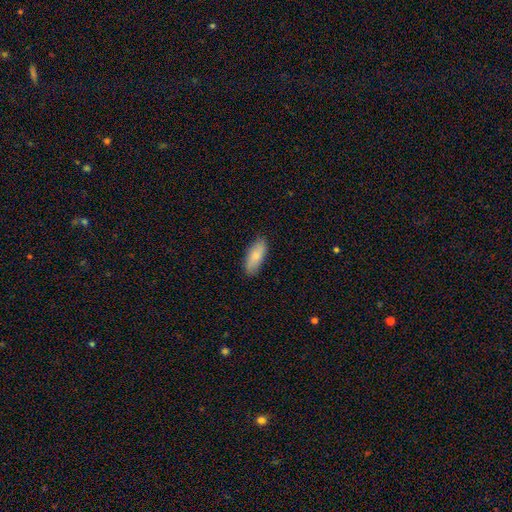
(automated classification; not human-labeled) smooth 82%, featured or disk 12%, star or artifact 6%. Down the decision tree: how rounded — in between (80%); merging — none (86%).